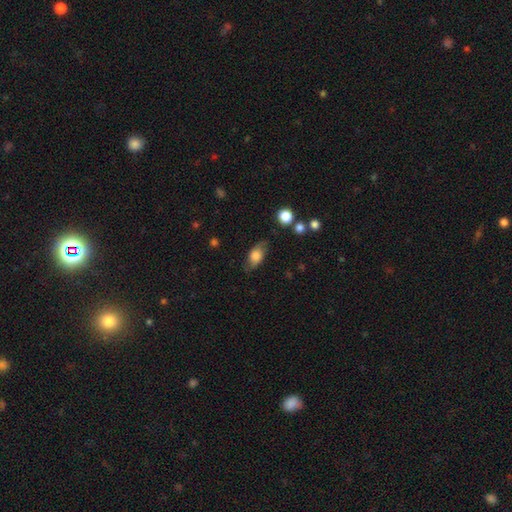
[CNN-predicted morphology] This appears to be a smooth galaxy with no disk features (68%) that is in between round and cigar-shaped (83%). Merging: none (73%).